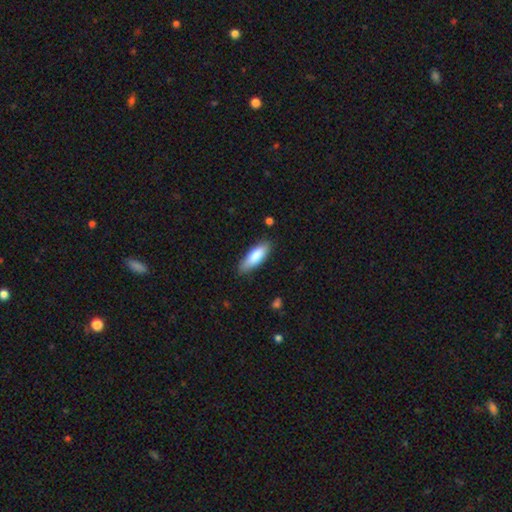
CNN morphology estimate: The model was most divided on "how rounded": in between: 59%, cigar-shaped: 39%, round: 2%. More confident: merging — none (83%); smooth or featured — smooth (83%).